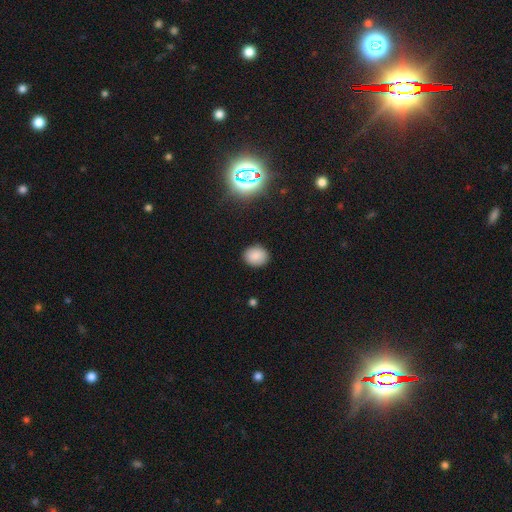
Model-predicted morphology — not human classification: type=smooth (84%); roundness=round (60%); merging=none (88%).